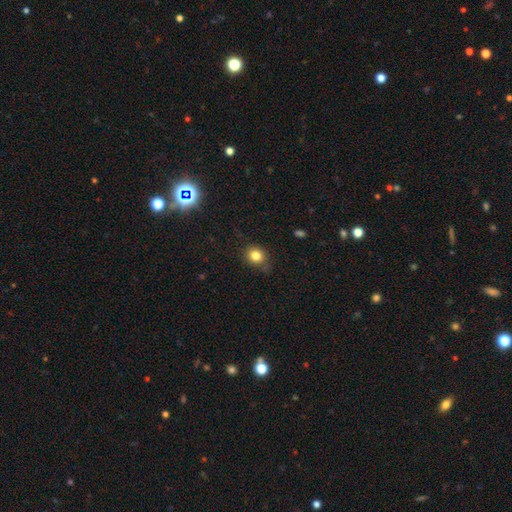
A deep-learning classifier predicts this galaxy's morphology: Smooth or featured: smooth — 81% (star or artifact — 12%)
How rounded: round — 75% (in between — 24%)
Merging: none — 73% (minor disturbance — 20%)